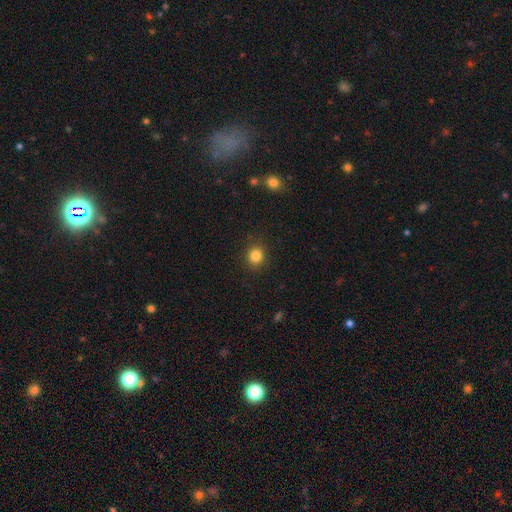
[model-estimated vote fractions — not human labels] Smooth or featured: smooth — 84% (star or artifact — 12%)
How rounded: round — 86% (in between — 13%)
Merging: none — 90% (minor disturbance — 7%)